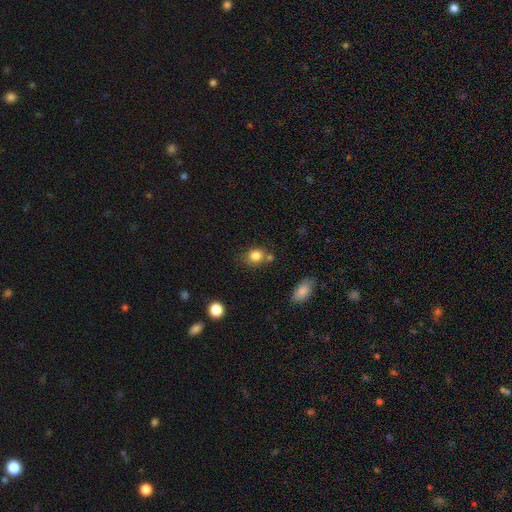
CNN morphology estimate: The model was most divided on "how rounded": round: 66%, in between: 33%, cigar-shaped: 1%. More confident: smooth or featured — smooth (83%); merging — none (62%).